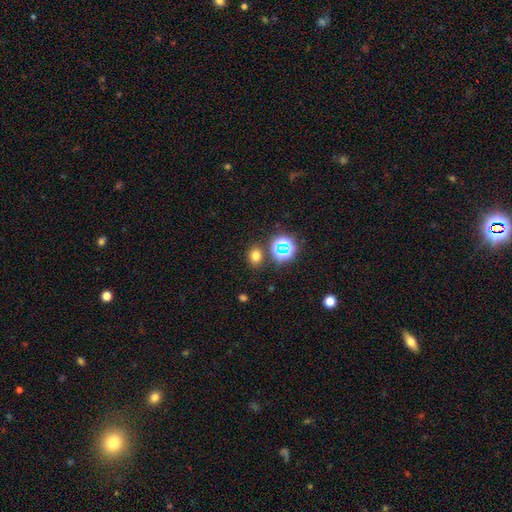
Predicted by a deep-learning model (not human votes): Morphology: type=smooth (70%); roundness=round (55%); merging=none (81%).